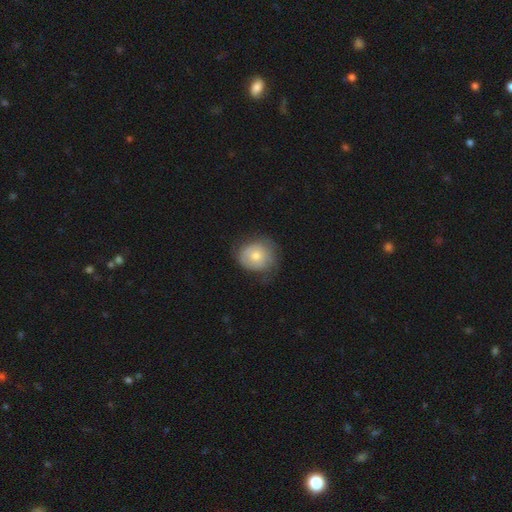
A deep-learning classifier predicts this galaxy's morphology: Smooth or featured?
  - smooth: 60% *
  - featured or disk: 33%
  - star or artifact: 7%
How rounded?
  - round: 75% *
  - in between: 24%
  - cigar-shaped: 1%
Merging?
  - none: 60% *
  - minor disturbance: 27%
  - major disturbance: 12%
  - merger: 1%